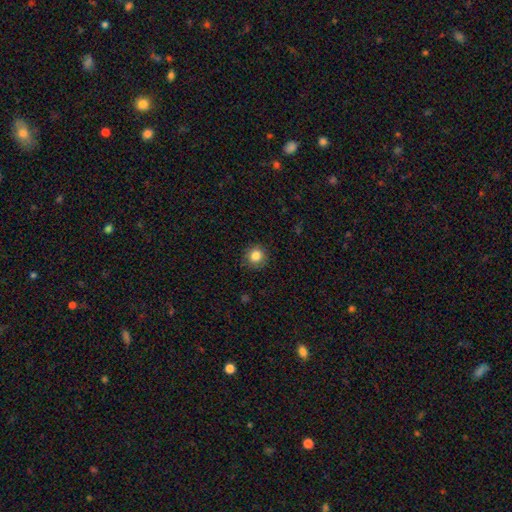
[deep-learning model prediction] A smooth galaxy with no disk features (84%) that is round (92%). Merging: none (90%).